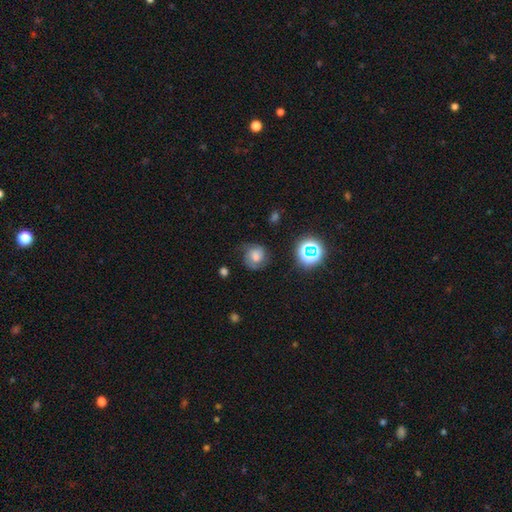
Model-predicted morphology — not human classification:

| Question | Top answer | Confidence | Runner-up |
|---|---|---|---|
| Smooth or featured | smooth | 44% | featured or disk (39%) |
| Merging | none | 64% | minor disturbance (23%) |